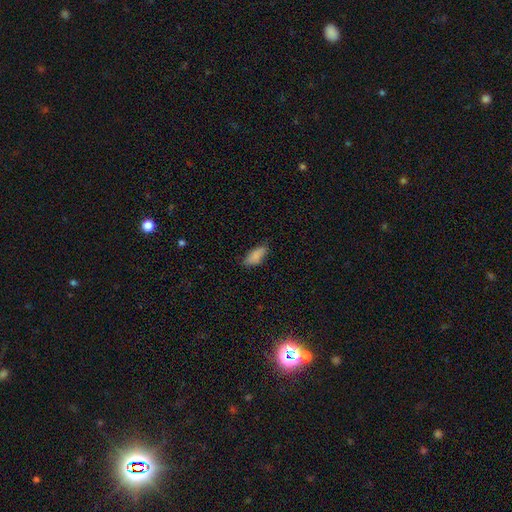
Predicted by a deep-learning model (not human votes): The model was most divided on "merging": none: 72%, minor disturbance: 23%, major disturbance: 4%, merger: 1%. More confident: how rounded — in between (84%); smooth or featured — smooth (84%).